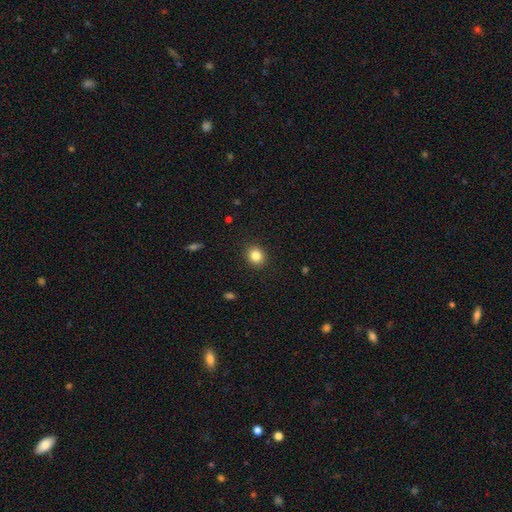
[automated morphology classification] This is clearly a smooth galaxy (84%). How rounded: likely round (74%). Merging: clearly none (90%).